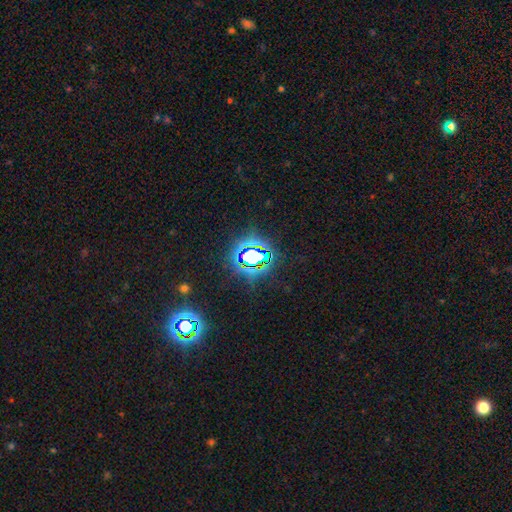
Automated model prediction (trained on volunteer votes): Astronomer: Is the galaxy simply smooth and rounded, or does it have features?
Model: star or artifact — 81%.